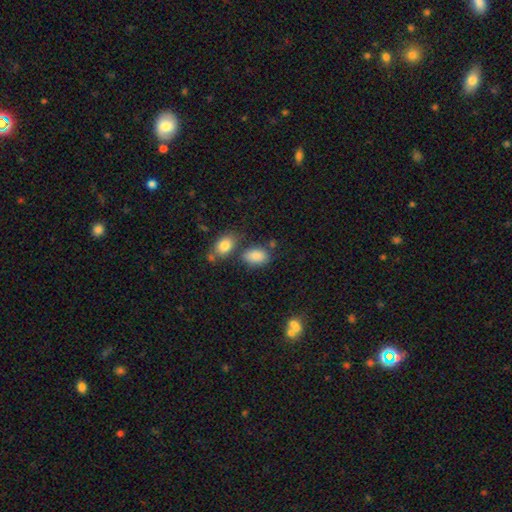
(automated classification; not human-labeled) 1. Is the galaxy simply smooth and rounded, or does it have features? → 85% smooth, 9% star or artifact, 6% featured or disk.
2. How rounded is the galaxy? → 88% in between, 10% round, 2% cigar-shaped.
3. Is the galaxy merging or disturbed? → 63% none, 17% minor disturbance, 15% merger, 5% major disturbance.